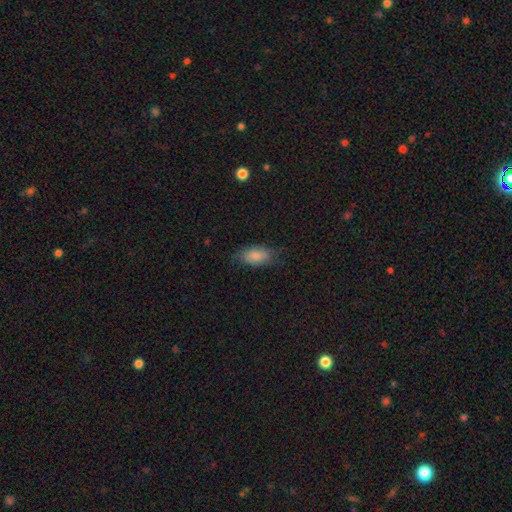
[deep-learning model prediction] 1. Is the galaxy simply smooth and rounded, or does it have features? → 82% smooth, 11% featured or disk, 7% star or artifact.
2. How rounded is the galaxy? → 92% in between, 5% round, 4% cigar-shaped.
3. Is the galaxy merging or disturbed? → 71% none, 22% minor disturbance, 6% major disturbance, 1% merger.